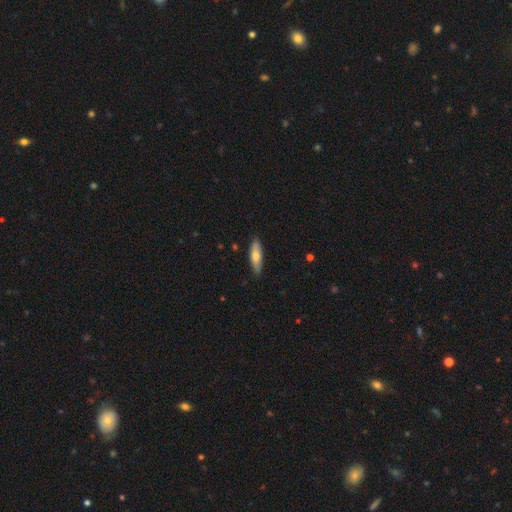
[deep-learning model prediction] A smooth galaxy with no disk features (68%) that is cigar-shaped (52%). Merging: none (87%).